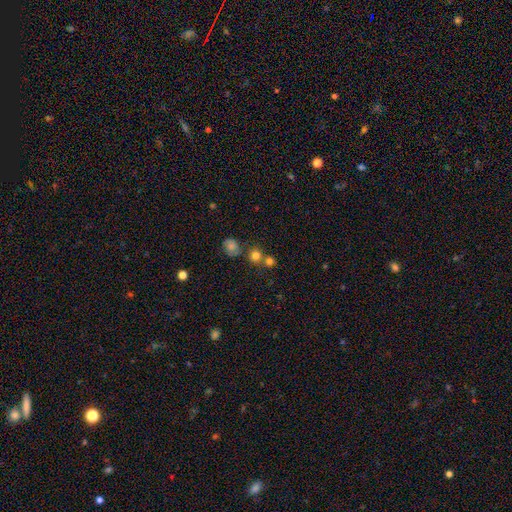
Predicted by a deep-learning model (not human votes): Smooth or featured? smooth (76%)
How rounded? round (87%)
Merging? none (60%)